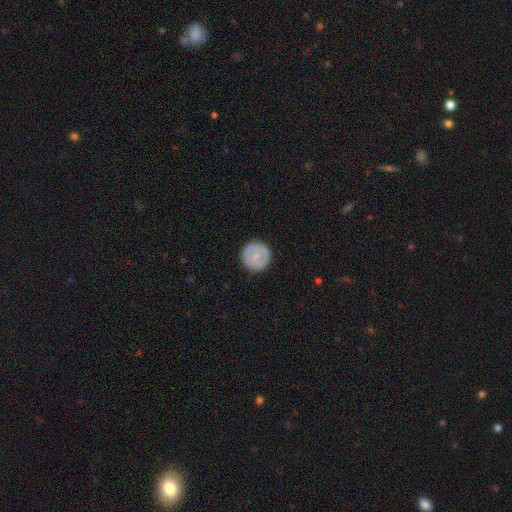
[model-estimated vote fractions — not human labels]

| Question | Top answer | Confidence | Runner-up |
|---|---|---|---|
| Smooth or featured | smooth | 64% | featured or disk (30%) |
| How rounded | round | 96% | in between (3%) |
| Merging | none | 90% | minor disturbance (7%) |